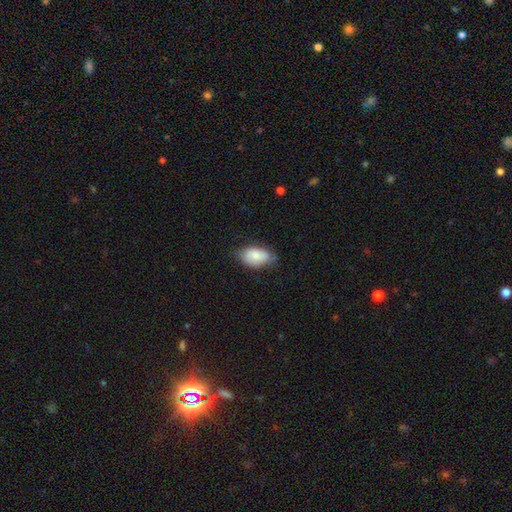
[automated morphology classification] smooth-or-featured: smooth: 80% | featured or disk: 13% | star or artifact: 7%
  how-rounded: in between: 92% | round: 6% | cigar-shaped: 2%
  merging: none: 64% | minor disturbance: 29% | major disturbance: 5% | merger: 1%